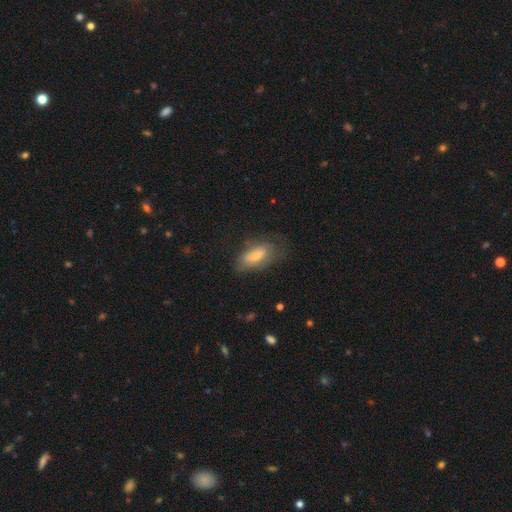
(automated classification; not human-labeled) Smooth or featured?
  - smooth: 62% *
  - featured or disk: 29%
  - star or artifact: 9%
How rounded?
  - in between: 77% *
  - cigar-shaped: 19%
  - round: 3%
Merging?
  - none: 61% *
  - minor disturbance: 25%
  - major disturbance: 12%
  - merger: 2%